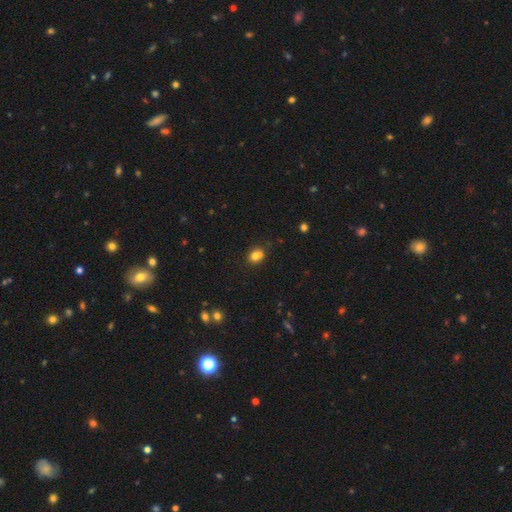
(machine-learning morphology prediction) A smooth galaxy with no disk features (74%) that is round (67%). Merging: none (43%).